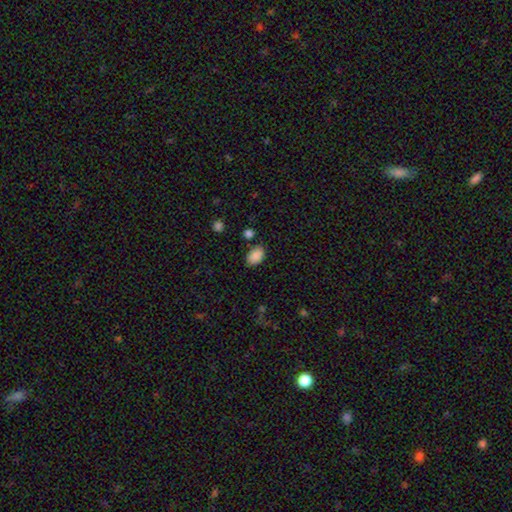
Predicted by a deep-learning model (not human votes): Overall: smooth (88%). How rounded: in between (85%). Merging: none (76%).